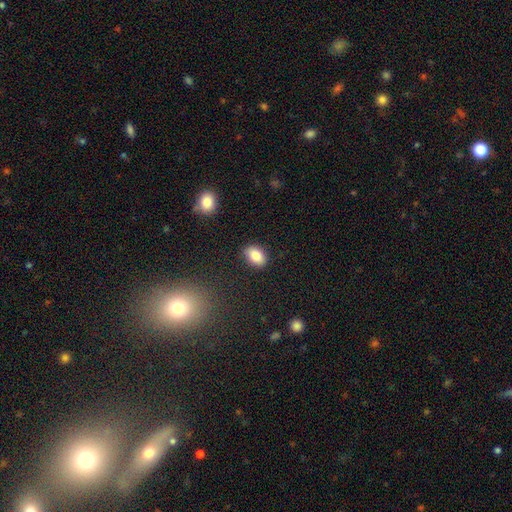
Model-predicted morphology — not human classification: smooth 84%, star or artifact 8%, featured or disk 7%. Down the decision tree: how rounded — in between (86%); merging — none (86%).